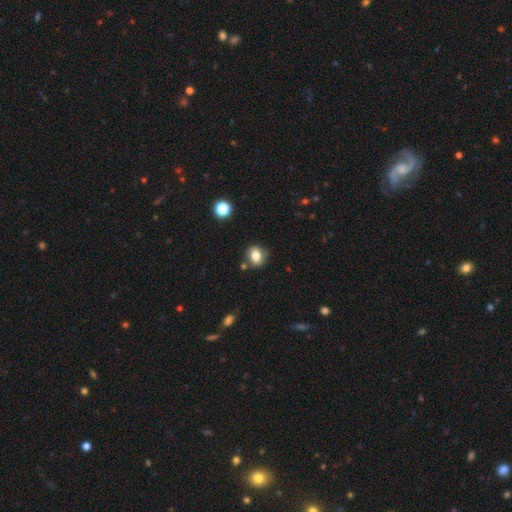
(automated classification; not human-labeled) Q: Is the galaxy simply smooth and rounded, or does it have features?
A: smooth — 79%.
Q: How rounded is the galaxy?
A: round — 67%.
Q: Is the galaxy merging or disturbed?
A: none — 81%.